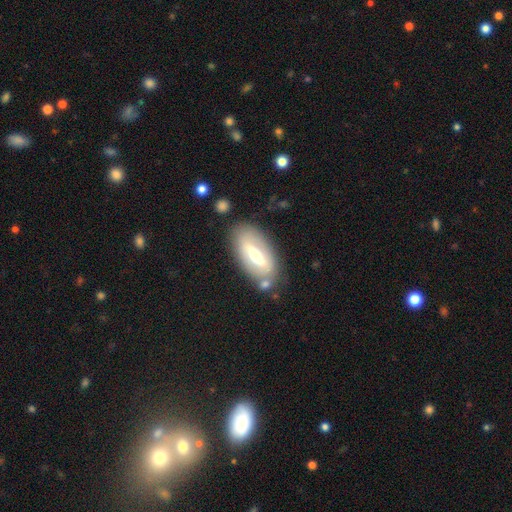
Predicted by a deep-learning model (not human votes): Smooth or featured? featured or disk (55%)
Edge-on disk? no (76%)
Merging? none (75%)